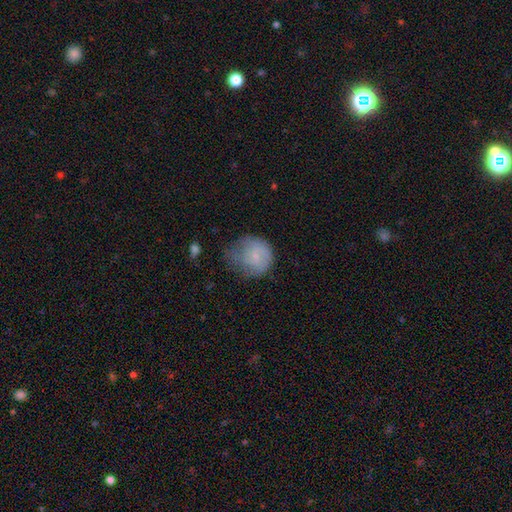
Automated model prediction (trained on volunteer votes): Smooth or featured? Predicted: smooth (p=0.63). How rounded? Predicted: round (p=0.80). Merging? Predicted: none (p=0.41).